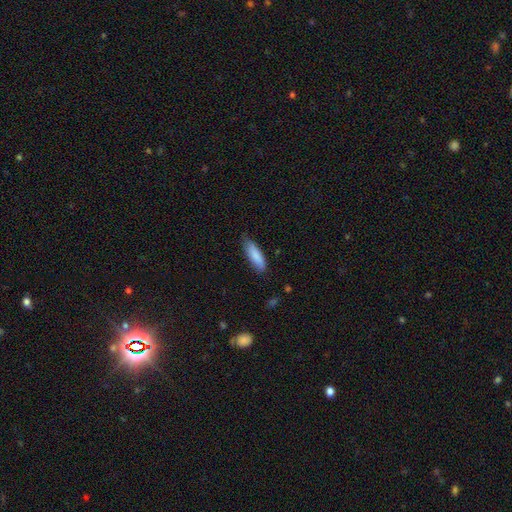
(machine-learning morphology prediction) The model was most divided on "how rounded": cigar-shaped: 55%, in between: 44%, round: 1%. More confident: smooth or featured — smooth (85%); merging — none (73%).